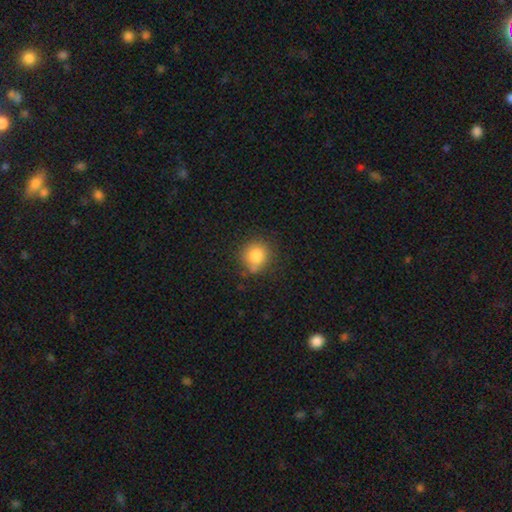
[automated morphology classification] A smooth galaxy with no disk features (81%) that is round (87%). Merging: none (72%).